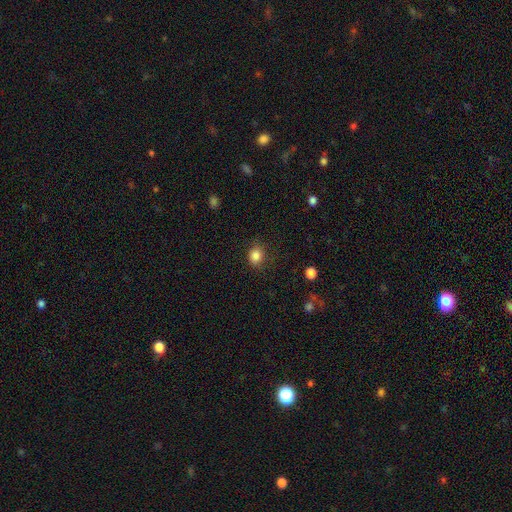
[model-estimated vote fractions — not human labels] Morphology: type=smooth (84%); roundness=round (64%); merging=none (79%).